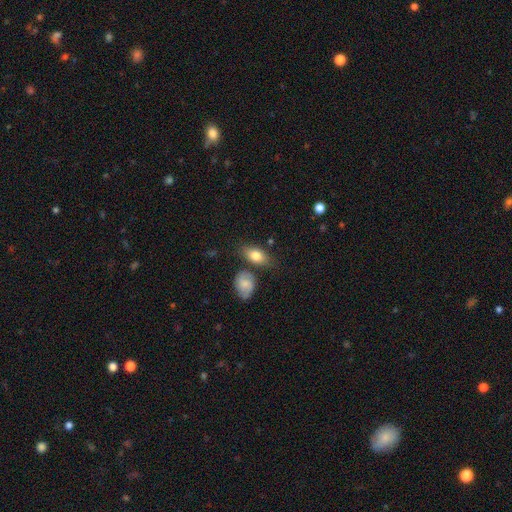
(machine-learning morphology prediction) This appears to be a smooth galaxy with no disk features (79%) that is in between round and cigar-shaped (86%). Merging: none (66%).